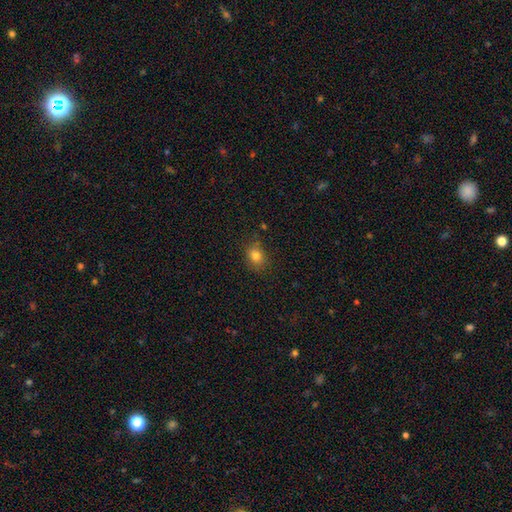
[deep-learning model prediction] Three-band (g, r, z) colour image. It shows a smooth galaxy with no disk features (81%) that is in between round and cigar-shaped (52%). Merging: none (81%).